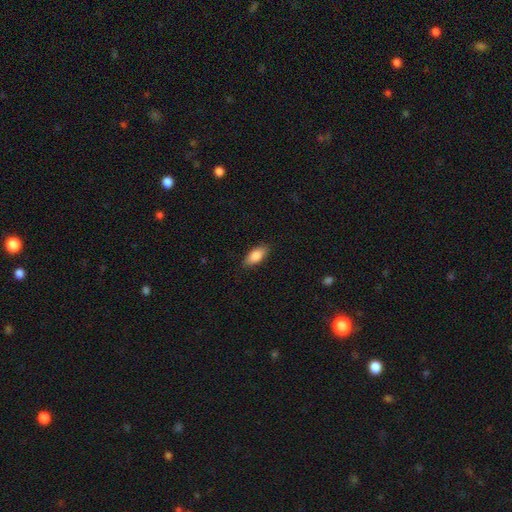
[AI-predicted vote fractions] The model was most divided on "merging": none: 86%, minor disturbance: 10%, major disturbance: 2%, merger: 1%. More confident: how rounded — in between (87%); smooth or featured — smooth (86%).